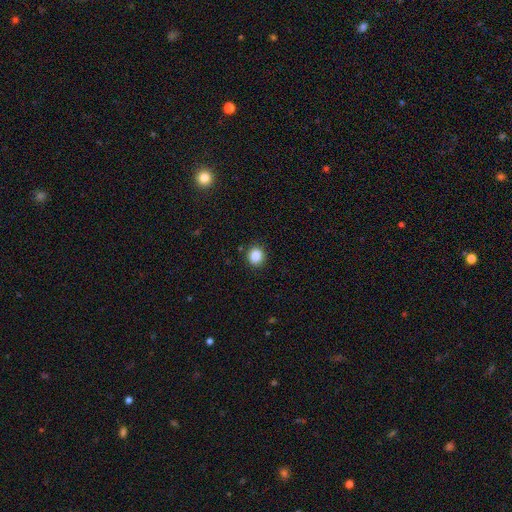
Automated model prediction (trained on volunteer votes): Morphology: type=smooth (87%); roundness=round (77%); merging=none (88%).